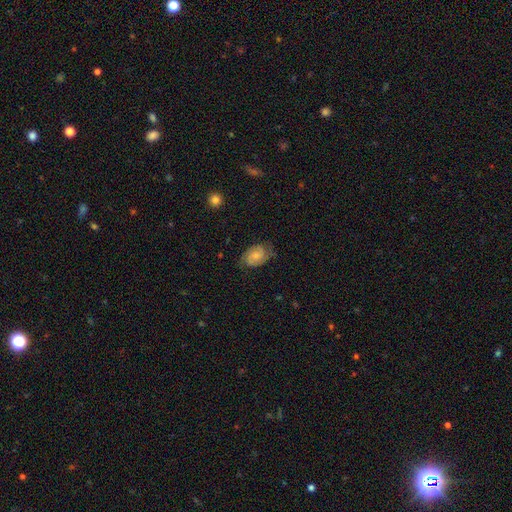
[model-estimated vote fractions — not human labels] Smooth or featured? Predicted: featured or disk (p=0.53). Edge-on disk? Predicted: no (p=0.97). Bar? Predicted: no (p=0.64). Spiral arms? Predicted: yes (p=0.88). Bulge size? Predicted: small (p=0.44). Merging? Predicted: none (p=0.66).